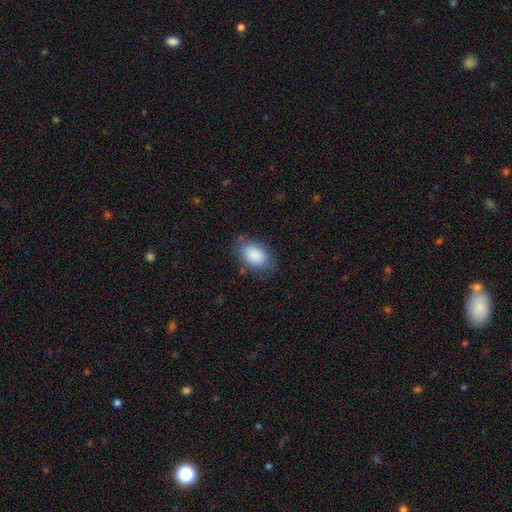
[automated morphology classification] The model was most divided on "merging": none: 73%, minor disturbance: 19%, major disturbance: 6%, merger: 2%. More confident: smooth or featured — smooth (87%); how rounded — in between (85%).